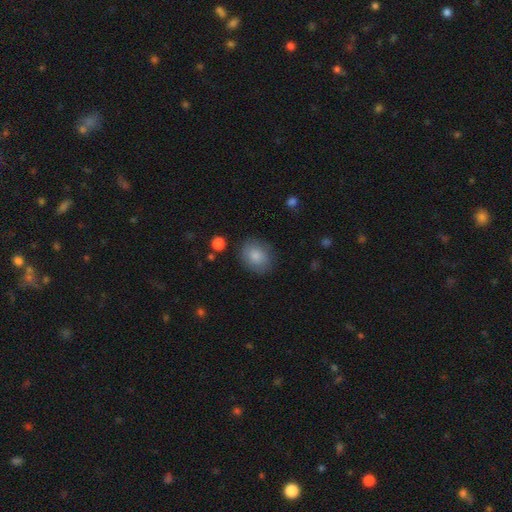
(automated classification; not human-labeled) A smooth galaxy with no disk features (84%) that is round (54%).

Vote fractions:
- Smooth or featured? smooth: 84% / featured or disk: 9% / star or artifact: 7%
- How rounded? round: 54% / in between: 45% / cigar-shaped: 1%
- Merging? none: 80% / minor disturbance: 14% / major disturbance: 4% / merger: 2%